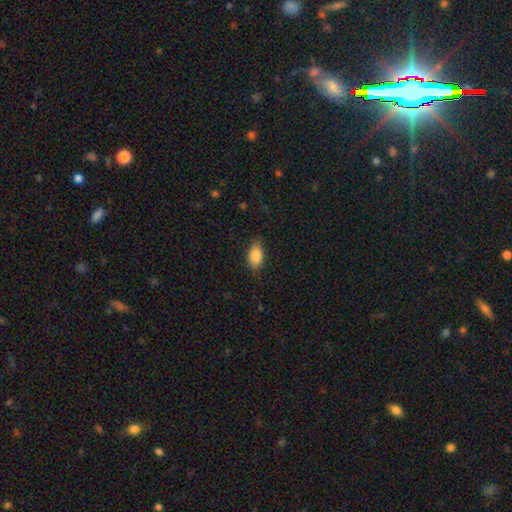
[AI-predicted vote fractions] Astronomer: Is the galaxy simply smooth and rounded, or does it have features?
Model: smooth — 86%.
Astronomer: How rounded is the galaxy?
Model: in between — 91%.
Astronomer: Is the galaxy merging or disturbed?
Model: none — 82%.